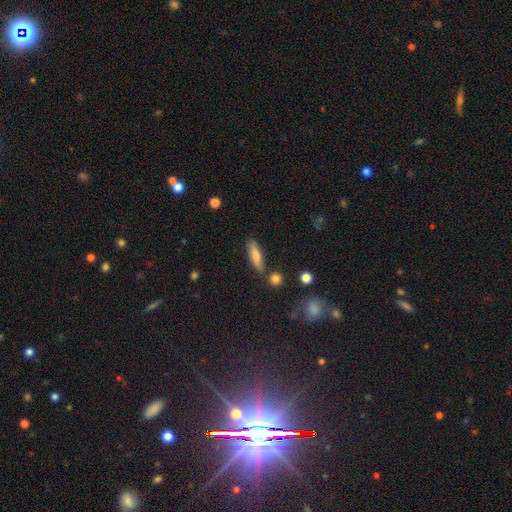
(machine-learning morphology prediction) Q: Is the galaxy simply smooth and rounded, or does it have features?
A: smooth — 64%.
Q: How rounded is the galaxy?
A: cigar-shaped — 68%.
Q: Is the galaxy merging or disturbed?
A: none — 78%.